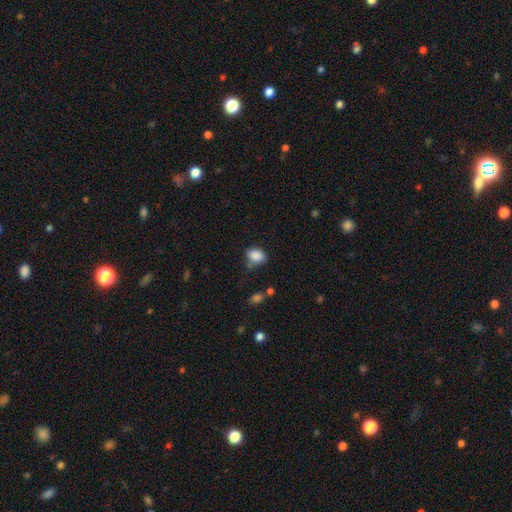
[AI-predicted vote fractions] Smooth or featured? smooth (86%)
How rounded? in between (77%)
Merging? none (60%)